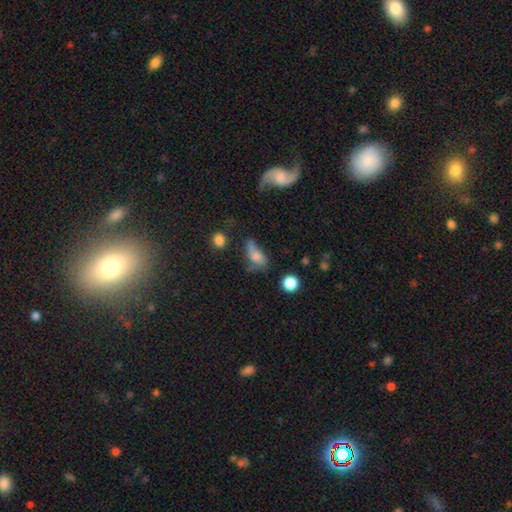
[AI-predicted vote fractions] smooth 60%, featured or disk 26%, star or artifact 14%. Down the decision tree: how rounded — in between (75%); merging — none (33%).